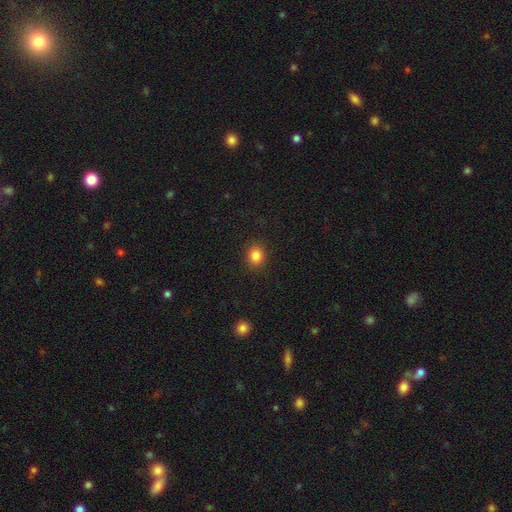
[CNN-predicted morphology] Overall: smooth (85%). How rounded: round (73%). Merging: none (89%).